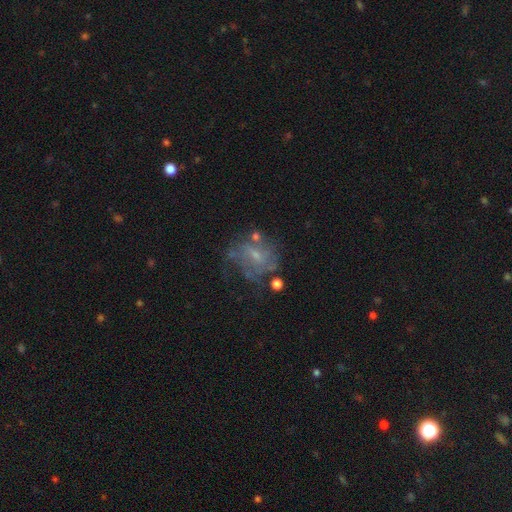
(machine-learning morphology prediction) This appears to be a featured or disk galaxy (60%) with no bar (54%), no spiral arms (51%) and a small central bulge (59%). Merging: none (47%).